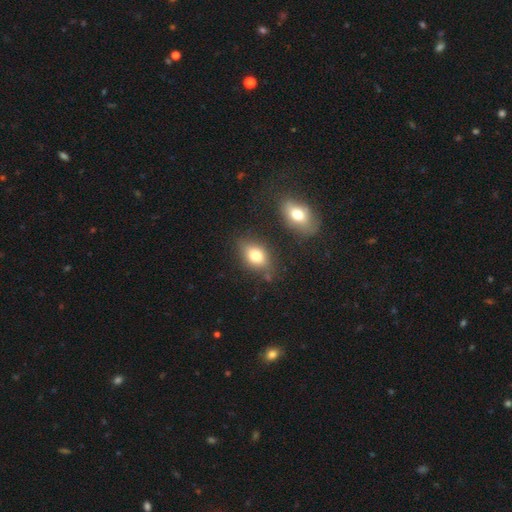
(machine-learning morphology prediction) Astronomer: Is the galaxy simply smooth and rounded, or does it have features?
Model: smooth — 78%.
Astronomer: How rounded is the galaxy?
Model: in between — 75%.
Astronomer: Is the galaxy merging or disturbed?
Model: none — 72%.